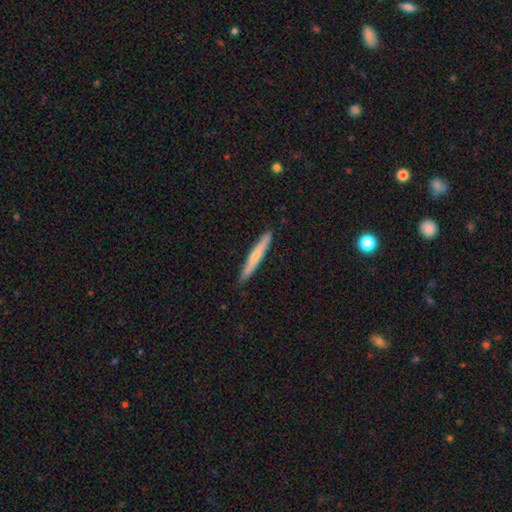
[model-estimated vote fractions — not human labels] The model was most divided on "smooth or featured": smooth: 63%, featured or disk: 32%, star or artifact: 5%. More confident: how rounded — cigar-shaped (96%); merging — none (88%).